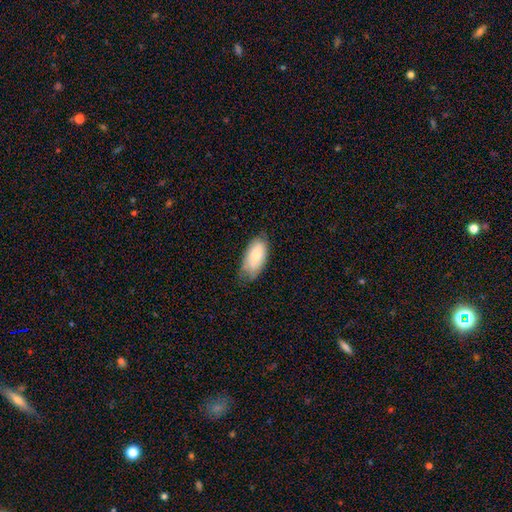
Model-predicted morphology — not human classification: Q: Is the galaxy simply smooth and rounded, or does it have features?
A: smooth — 76%.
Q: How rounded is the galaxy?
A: in between — 94%.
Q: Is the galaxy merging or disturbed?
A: none — 64%.